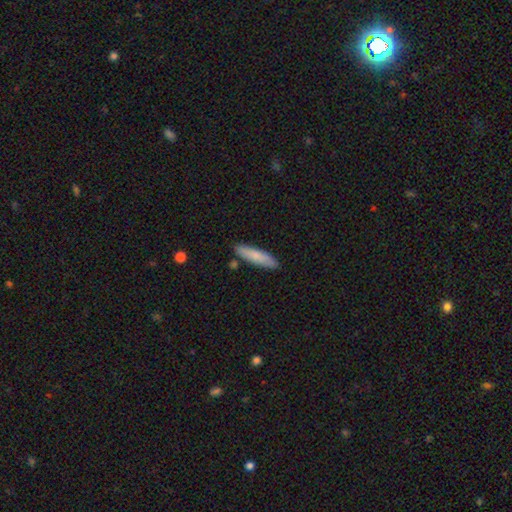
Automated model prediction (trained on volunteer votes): Q: Smooth or featured?
A: smooth (80%); runner-up: featured or disk (14%)
Q: How rounded?
A: cigar-shaped (78%); runner-up: in between (21%)
Q: Merging?
A: none (86%); runner-up: minor disturbance (9%)